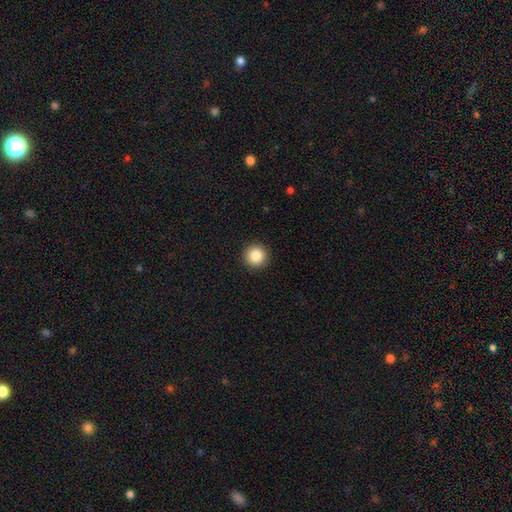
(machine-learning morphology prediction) Overall: smooth (86%). How rounded: round (96%). Merging: none (93%).